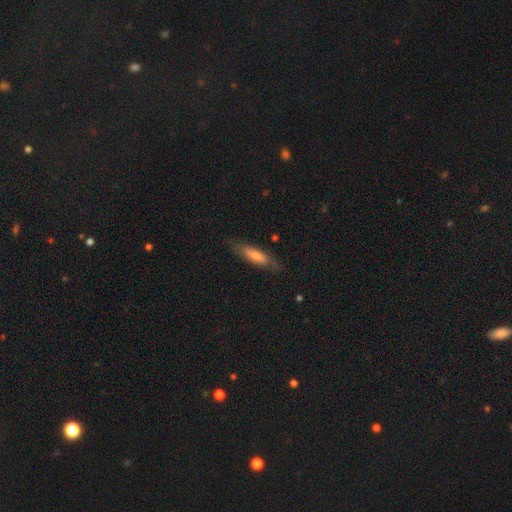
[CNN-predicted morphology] The model was most divided on "smooth or featured": smooth: 52%, featured or disk: 41%, star or artifact: 7%. More confident: merging — none (79%); how rounded — cigar-shaped (64%).